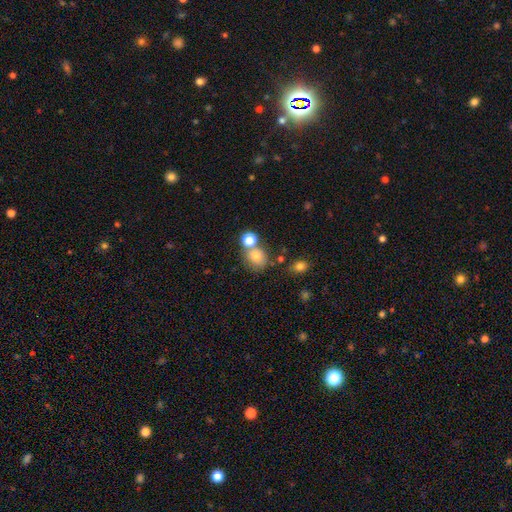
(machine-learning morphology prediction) Smooth or featured: smooth — 75% (star or artifact — 14%)
How rounded: round — 73% (in between — 26%)
Merging: none — 55% (merger — 28%)